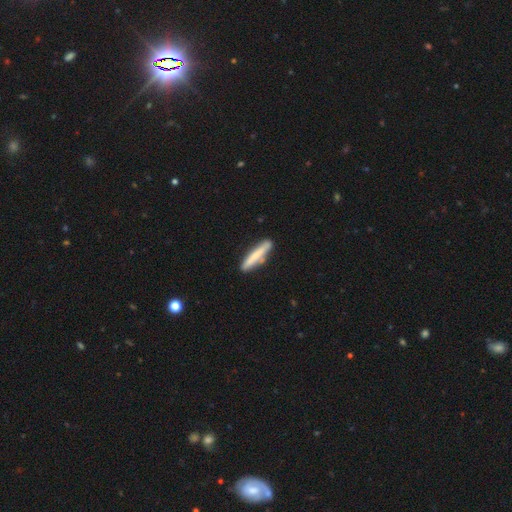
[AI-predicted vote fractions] Smooth or featured: smooth — 63% (featured or disk — 31%)
How rounded: cigar-shaped — 91% (in between — 8%)
Merging: none — 82% (minor disturbance — 12%)